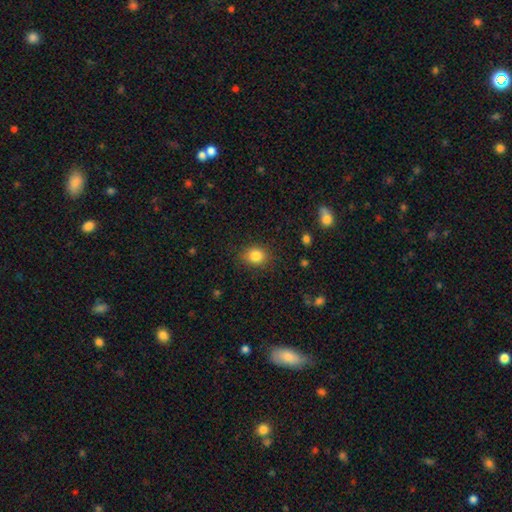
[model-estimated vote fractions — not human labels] Overall: smooth (84%). How rounded: round (64%; in between 36%). Merging: none (84%).